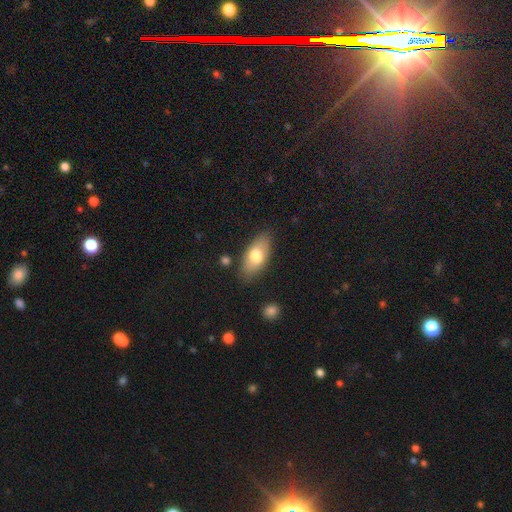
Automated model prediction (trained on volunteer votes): The model was most divided on "smooth or featured": smooth: 71%, featured or disk: 22%, star or artifact: 7%. More confident: how rounded — in between (88%); merging — none (82%).